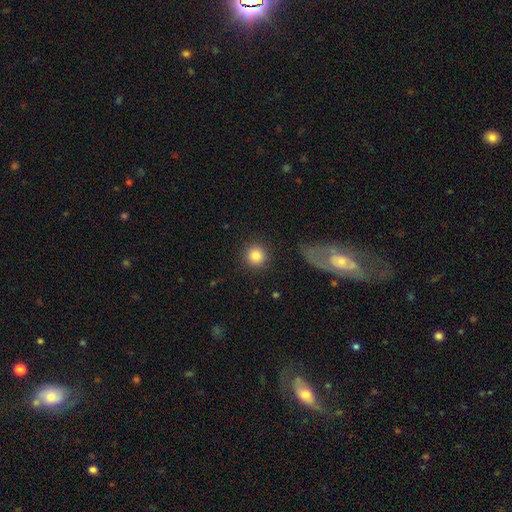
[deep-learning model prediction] Smooth or featured?
  - smooth: 85% *
  - star or artifact: 9%
  - featured or disk: 6%
How rounded?
  - round: 94% *
  - in between: 5%
  - cigar-shaped: 1%
Merging?
  - none: 88% *
  - minor disturbance: 7%
  - major disturbance: 3%
  - merger: 2%